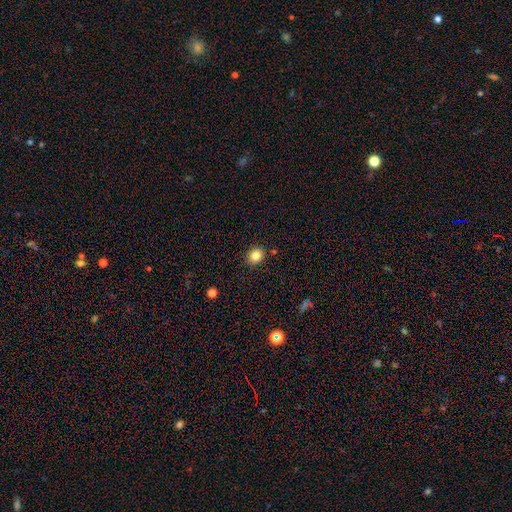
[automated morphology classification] Smooth or featured? smooth (84%)
How rounded? round (65%)
Merging? none (87%)